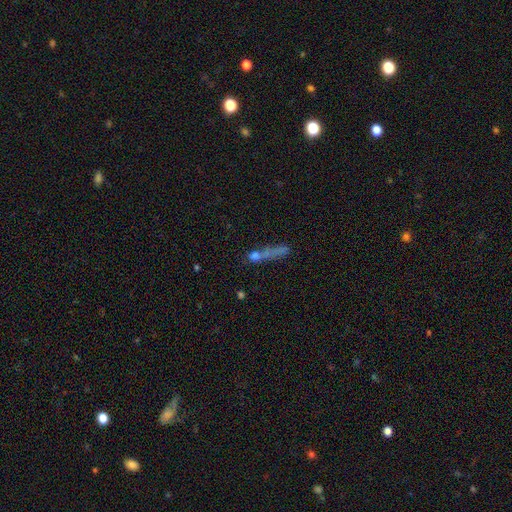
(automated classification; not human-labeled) A smooth galaxy with no disk features (47%). Merging: none (53%).